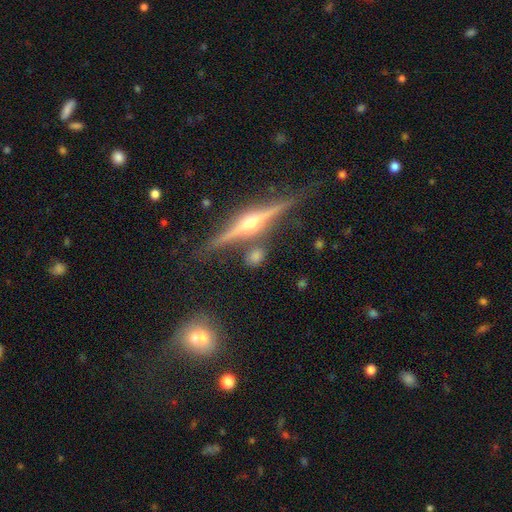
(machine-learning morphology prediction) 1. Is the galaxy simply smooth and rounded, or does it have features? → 61% featured or disk, 29% smooth, 10% star or artifact.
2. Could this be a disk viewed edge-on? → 94% yes, 6% no.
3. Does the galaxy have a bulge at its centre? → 92% rounded, 4% boxy, 4% none.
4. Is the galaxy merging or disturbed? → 81% none, 11% minor disturbance, 5% merger, 3% major disturbance.